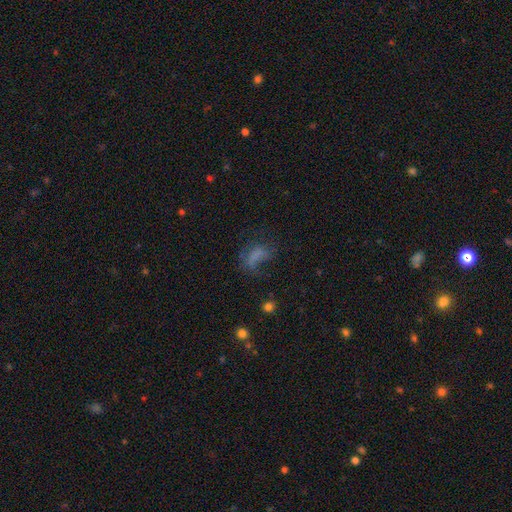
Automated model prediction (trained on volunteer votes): A smooth galaxy with no disk features (54%) that is in between round and cigar-shaped (78%).

Vote fractions:
- Smooth or featured? smooth: 54% / featured or disk: 26% / star or artifact: 20%
- How rounded? in between: 78% / round: 12% / cigar-shaped: 11%
- Merging? major disturbance: 40% / none: 34% / minor disturbance: 20% / merger: 5%